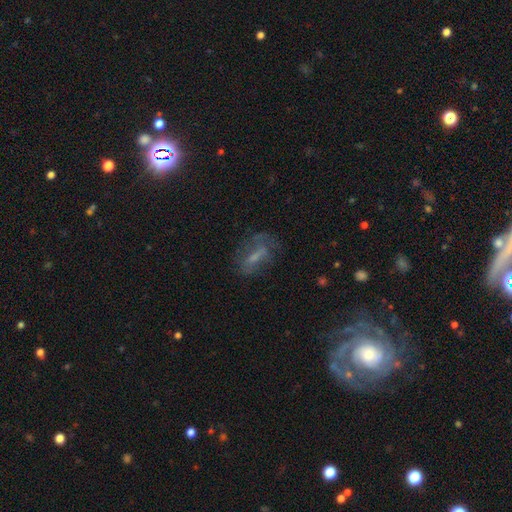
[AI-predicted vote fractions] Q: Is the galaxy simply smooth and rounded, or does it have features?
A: featured or disk — 46%.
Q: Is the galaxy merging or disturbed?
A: none — 56%.